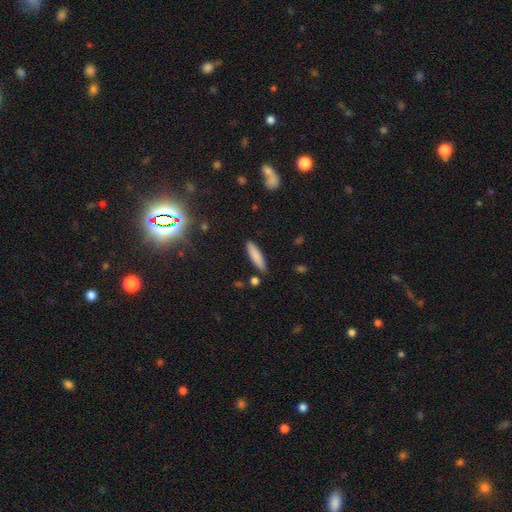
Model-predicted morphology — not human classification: The model was most divided on "how rounded": cigar-shaped: 71%, in between: 28%, round: 2%. More confident: merging — none (85%); smooth or featured — smooth (84%).